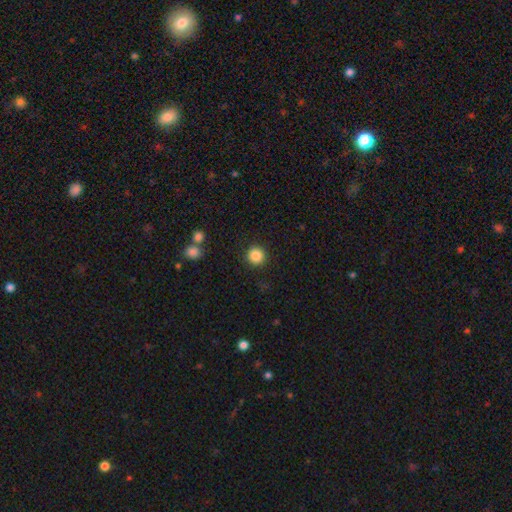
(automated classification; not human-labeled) This is clearly a smooth galaxy (87%). How rounded: clearly round (95%). Merging: clearly none (91%).